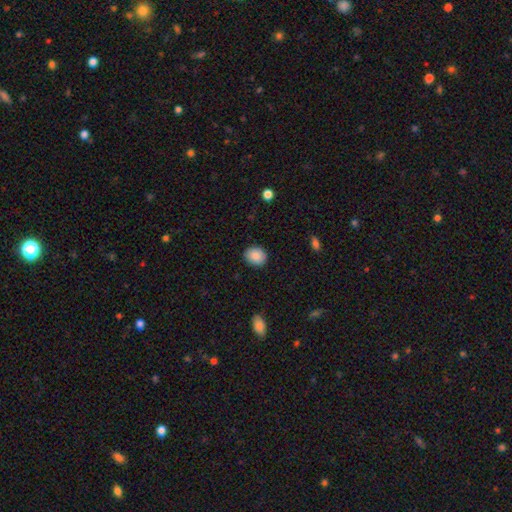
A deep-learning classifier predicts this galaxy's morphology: The model was most divided on "how rounded": round: 60%, in between: 39%, cigar-shaped: 1%. More confident: smooth or featured — smooth (88%); merging — none (88%).